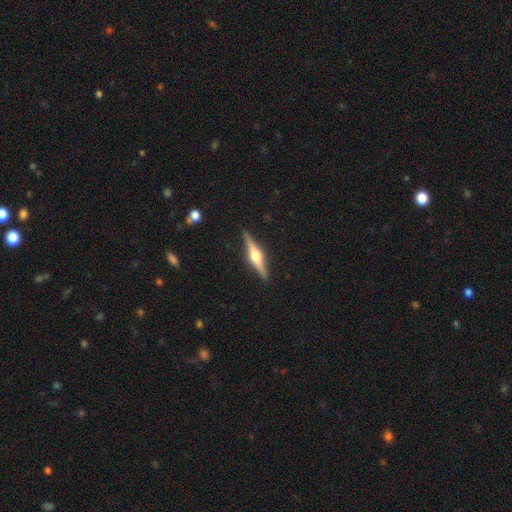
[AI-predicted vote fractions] A featured or disk galaxy (79%) viewed edge-on (98%) with a rounded central bulge (95%).

Vote fractions:
- Smooth or featured? featured or disk: 79% / smooth: 16% / star or artifact: 5%
- Edge-on disk? yes: 98% / no: 2%
- Edge-on bulge? rounded: 95% / boxy: 4% / none: 2%
- Merging? none: 90% / minor disturbance: 7% / major disturbance: 1% / merger: 1%